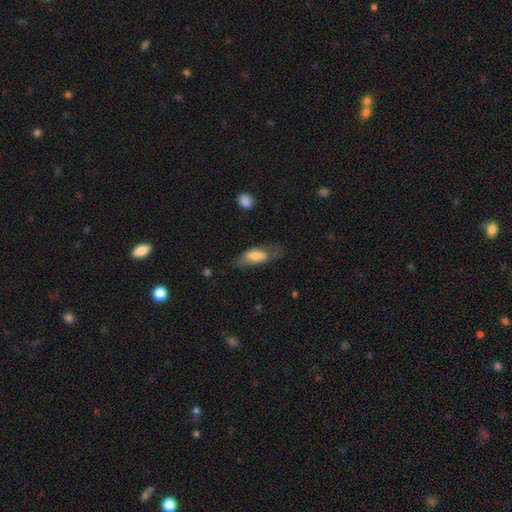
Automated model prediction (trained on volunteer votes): smooth 66%, featured or disk 27%, star or artifact 7%. Down the decision tree: how rounded — in between (76%); merging — none (50%).